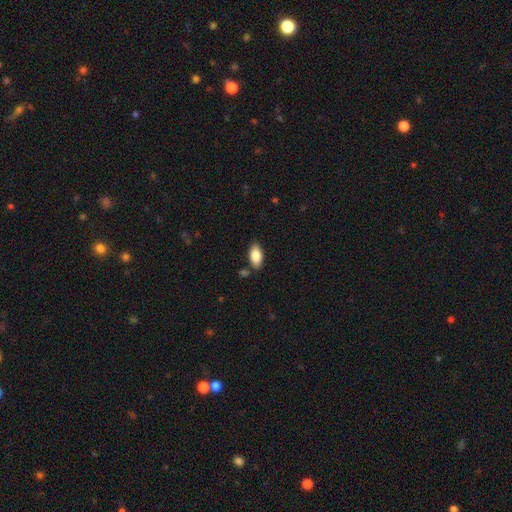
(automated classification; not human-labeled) smooth 85%, featured or disk 8%, star or artifact 7%. Down the decision tree: how rounded — in between (92%); merging — none (82%).